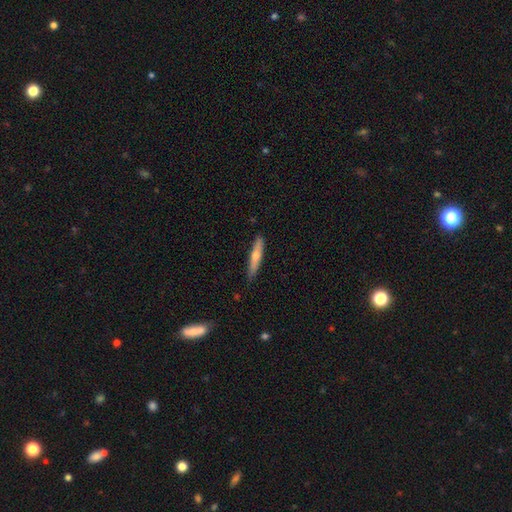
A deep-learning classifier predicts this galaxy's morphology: type=smooth (48%); merging=none (84%).